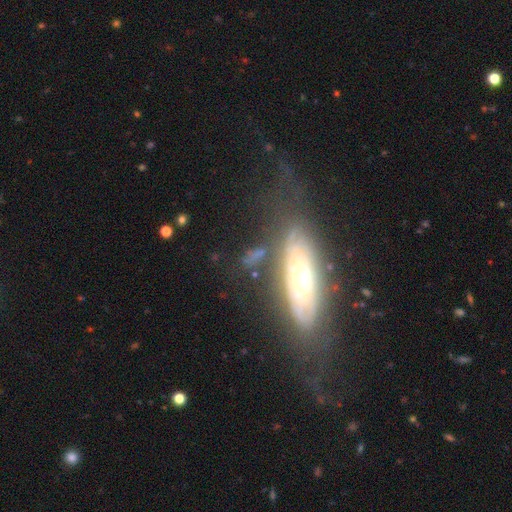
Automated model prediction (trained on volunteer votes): Q: Smooth or featured?
A: featured or disk (55%); runner-up: smooth (33%)
Q: Edge-on disk?
A: no (70%); runner-up: yes (30%)
Q: Merging?
A: none (60%); runner-up: minor disturbance (20%)